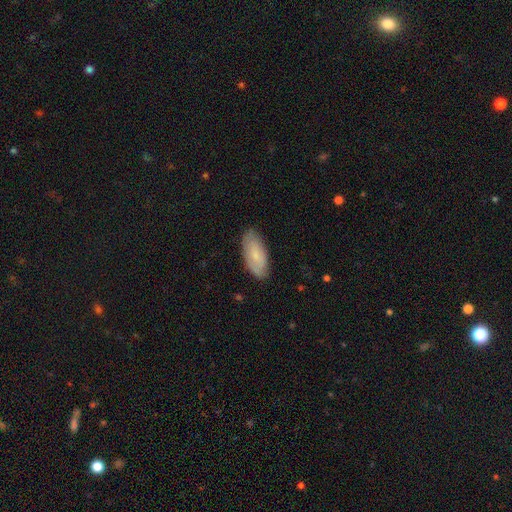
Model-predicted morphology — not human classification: smooth_or_featured: smooth (p=0.70) [alt: featured or disk p=0.23]
how_rounded: in between (p=0.87) [alt: cigar-shaped p=0.11]
merging: none (p=0.80) [alt: minor disturbance p=0.16]